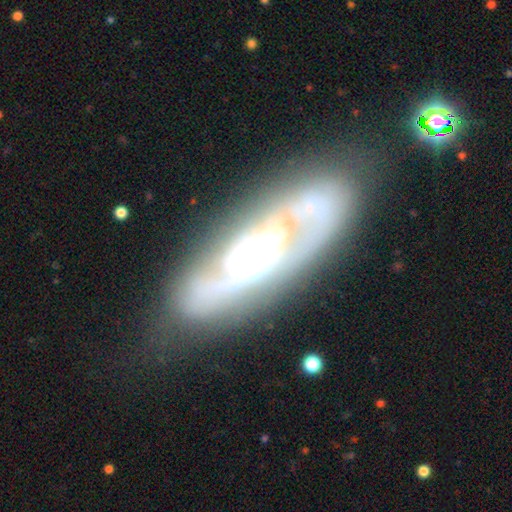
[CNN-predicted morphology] Smooth or featured?
  - featured or disk: 80% *
  - smooth: 14%
  - star or artifact: 7%
Edge-on disk?
  - no: 79% *
  - yes: 21%
Bar?
  - no: 49% *
  - weak: 32%
  - strong: 19%
Spiral arms?
  - yes: 79% *
  - no: 21%
Spiral winding?
  - tight: 54% *
  - medium: 34%
  - loose: 12%
Spiral arm count?
  - 2: 42% *
  - can't tell: 39%
  - 3: 7%
  - 1: 6%
  - 4: 3%
  - more than 4: 3%
Bulge size?
  - moderate: 49% *
  - small: 33%
  - large: 12%
  - none: 4%
  - dominant: 2%
Merging?
  - none: 72% *
  - minor disturbance: 17%
  - major disturbance: 8%
  - merger: 3%